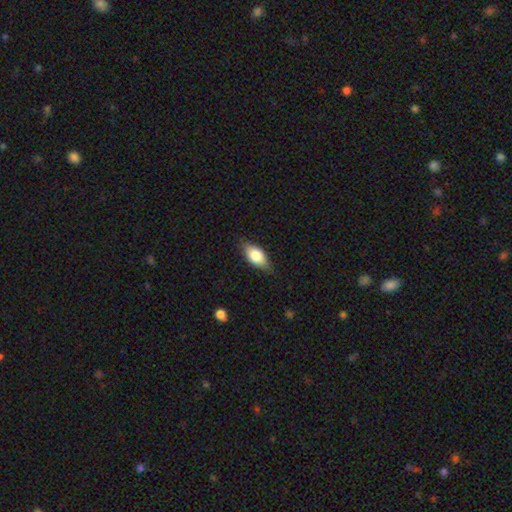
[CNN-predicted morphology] Q: Smooth or featured?
A: smooth (74%); runner-up: featured or disk (19%)
Q: How rounded?
A: in between (88%); runner-up: cigar-shaped (7%)
Q: Merging?
A: none (80%); runner-up: minor disturbance (16%)